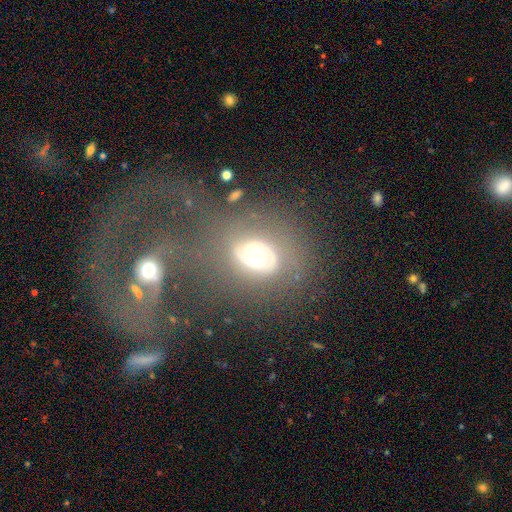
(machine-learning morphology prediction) type=featured or disk (67%); edge-on=no (96%); bar=no (62%); spiral arms=yes (72%); bulge=large (43%); merging=none (53%).